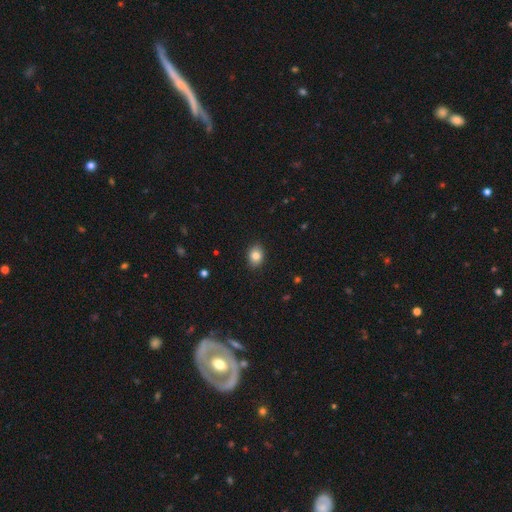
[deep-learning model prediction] Morphology: type=smooth (83%); roundness=in between (65%); merging=none (88%).